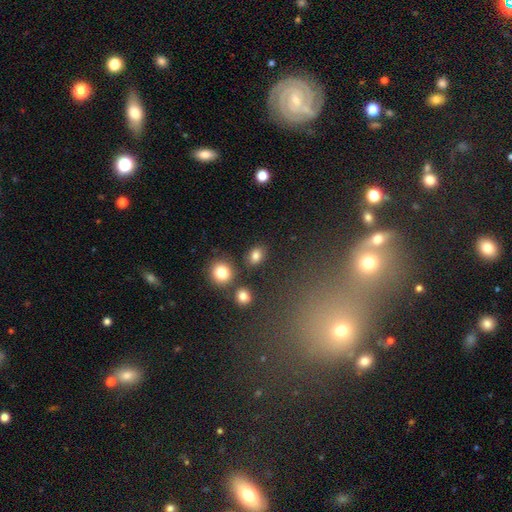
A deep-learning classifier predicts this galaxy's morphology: Smooth or featured? smooth (82%)
How rounded? in between (65%)
Merging? none (82%)